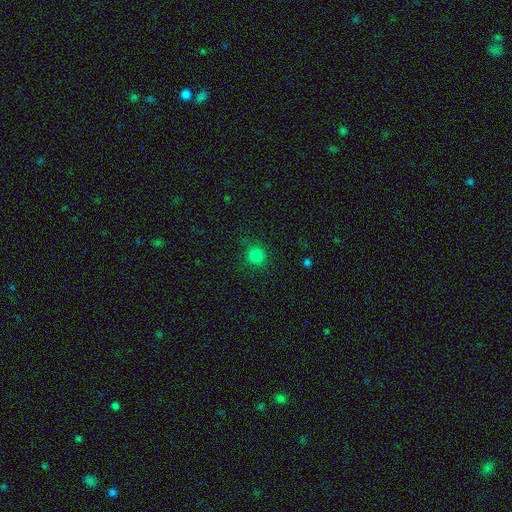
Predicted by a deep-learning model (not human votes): smooth-or-featured: smooth: 82% | star or artifact: 14% | featured or disk: 4%
  how-rounded: round: 91% | in between: 8% | cigar-shaped: 1%
  merging: none: 84% | minor disturbance: 11% | major disturbance: 4% | merger: 1%